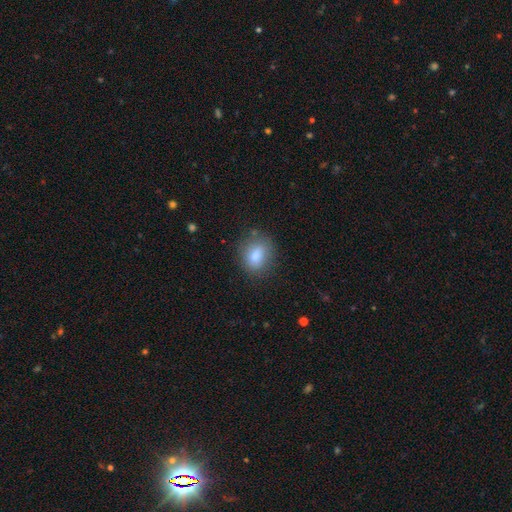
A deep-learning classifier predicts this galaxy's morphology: Smooth or featured? Predicted: smooth (p=0.81). How rounded? Predicted: in between (p=0.58). Merging? Predicted: none (p=0.75).